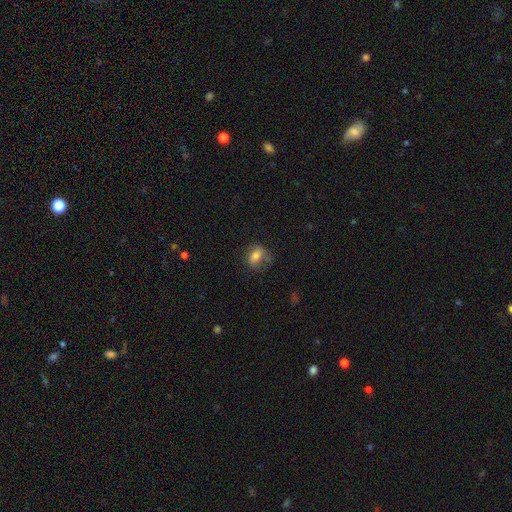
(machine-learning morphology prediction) smooth-or-featured: smooth: 68% | featured or disk: 22% | star or artifact: 10%
  how-rounded: in between: 69% | round: 28% | cigar-shaped: 3%
  merging: none: 59% | minor disturbance: 25% | major disturbance: 13% | merger: 3%